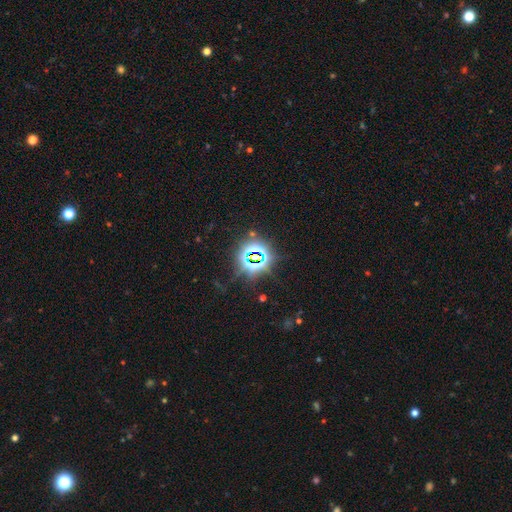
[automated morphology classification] smooth_or_featured: star or artifact (p=0.80) [alt: smooth p=0.12]